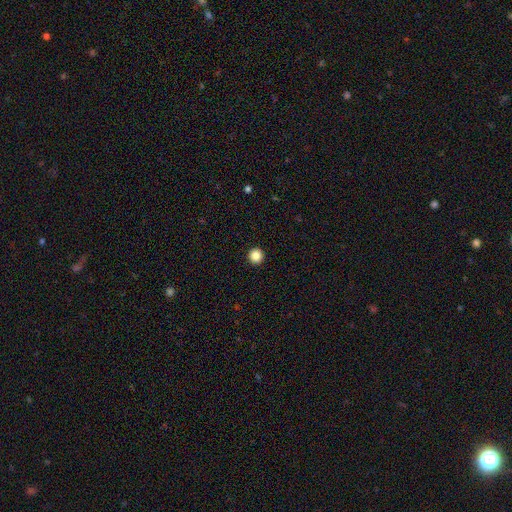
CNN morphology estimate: This is clearly a smooth galaxy (87%). How rounded: clearly round (96%). Merging: clearly none (94%).